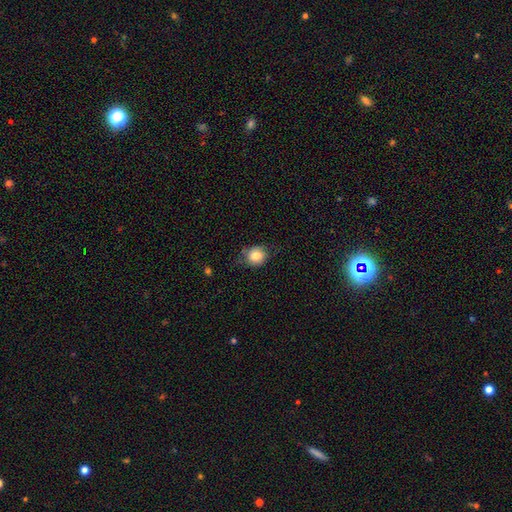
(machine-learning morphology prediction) This is clearly a smooth galaxy (81%). How rounded: likely round (76%). Merging: likely none (68%).